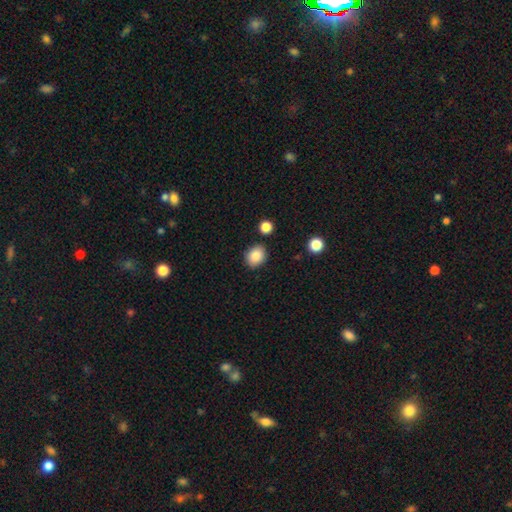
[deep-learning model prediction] Smooth or featured?
  - smooth: 86% *
  - star or artifact: 9%
  - featured or disk: 5%
How rounded?
  - round: 50% *
  - in between: 49%
  - cigar-shaped: 1%
Merging?
  - none: 84% *
  - minor disturbance: 10%
  - merger: 3%
  - major disturbance: 2%